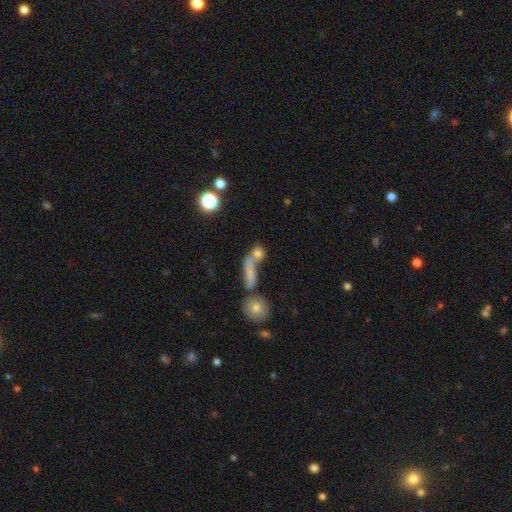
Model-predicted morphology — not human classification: A smooth galaxy with no disk features (69%) that is in between round and cigar-shaped (38%).

Vote fractions:
- Smooth or featured? smooth: 69% / featured or disk: 17% / star or artifact: 15%
- How rounded? in between: 38% / round: 34% / cigar-shaped: 28%
- Merging? merger: 50% / none: 31% / major disturbance: 10% / minor disturbance: 9%